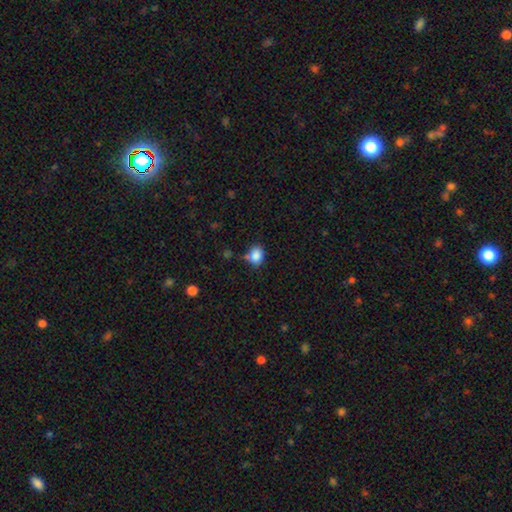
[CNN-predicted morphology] type=smooth (86%); roundness=in between (51%); merging=none (62%).